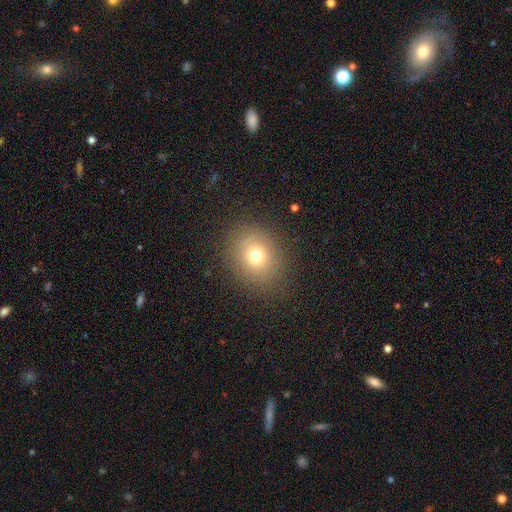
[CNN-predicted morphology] This appears to be a smooth galaxy with no disk features (71%) that is round (71%). Merging: none (85%).